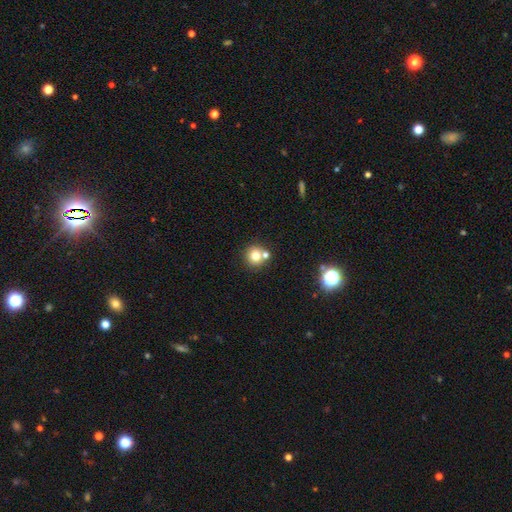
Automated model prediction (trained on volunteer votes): This appears to be a smooth galaxy with no disk features (75%) that is round (92%). Merging: none (63%).